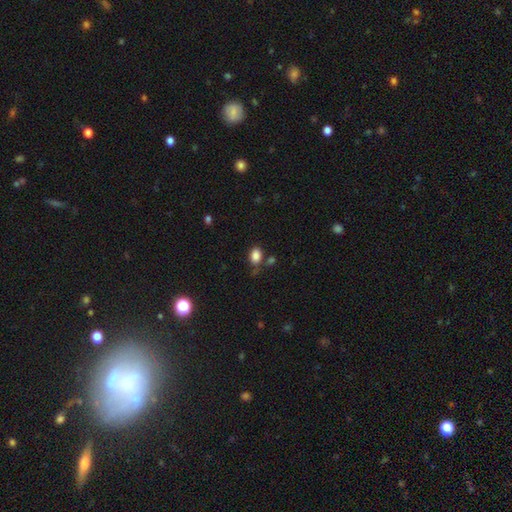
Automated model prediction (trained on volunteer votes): This is clearly a smooth galaxy (85%). How rounded: likely in between (80%). Merging: likely none (68%).